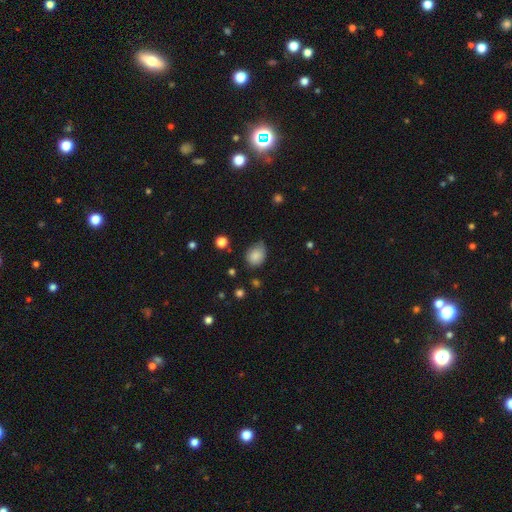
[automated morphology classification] Overall: smooth (84%). How rounded: round (55%; in between 44%). Merging: none (60%; minor disturbance 31%).